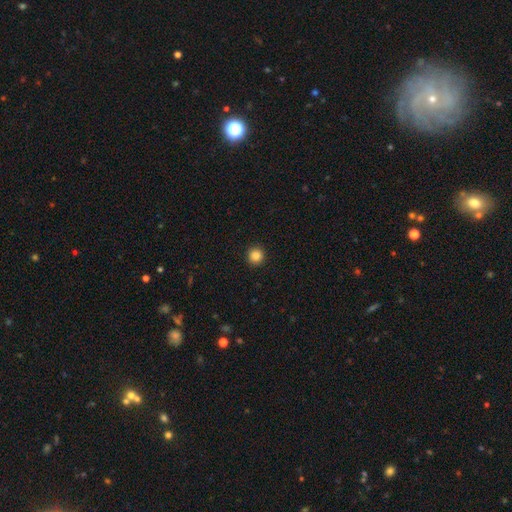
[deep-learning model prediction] smooth 85%, star or artifact 11%, featured or disk 4%. Down the decision tree: how rounded — round (96%); merging — none (93%).